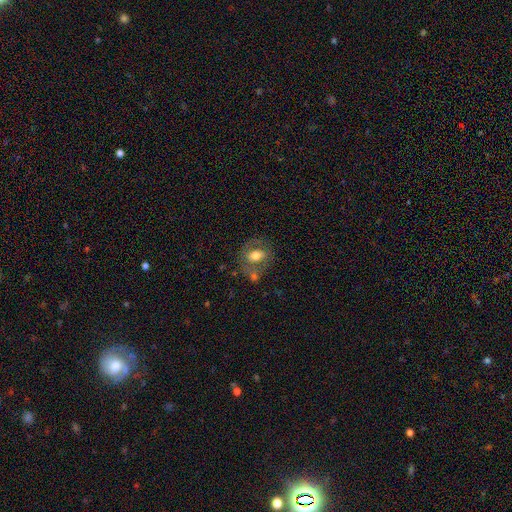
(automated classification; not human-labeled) Smooth or featured? smooth (53%)
How rounded? in between (57%)
Merging? none (56%)